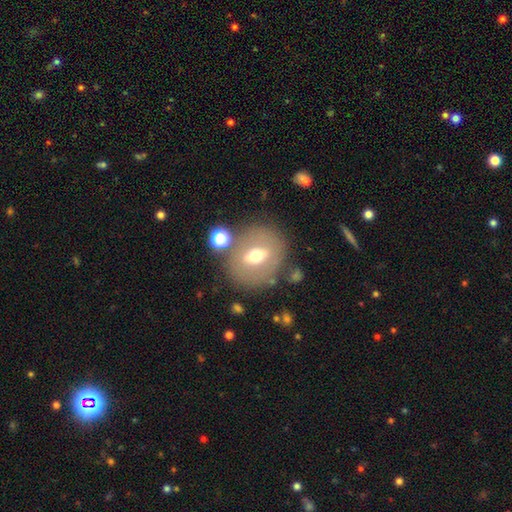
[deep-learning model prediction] This appears to be a smooth galaxy with no disk features (45%, tied with featured or disk). Merging: none (74%).